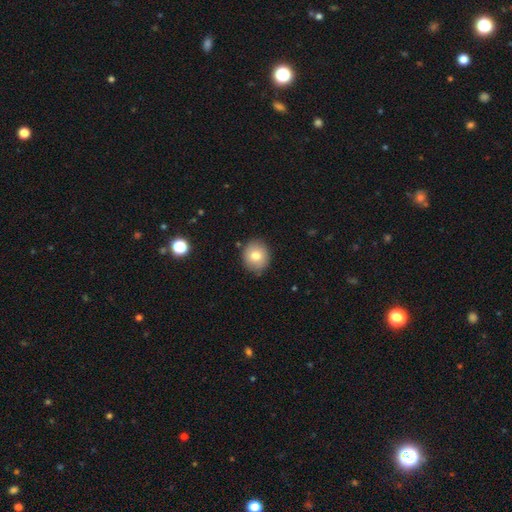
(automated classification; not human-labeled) A smooth galaxy with no disk features (77%) that is round (82%). Merging: none (87%).